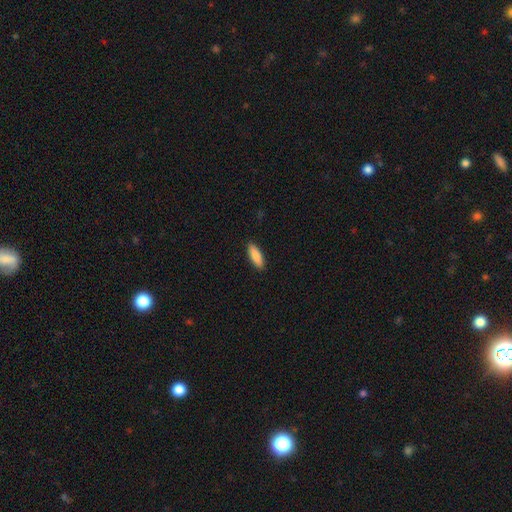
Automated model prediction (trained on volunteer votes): Smooth or featured? smooth (88%)
How rounded? in between (61%)
Merging? none (90%)